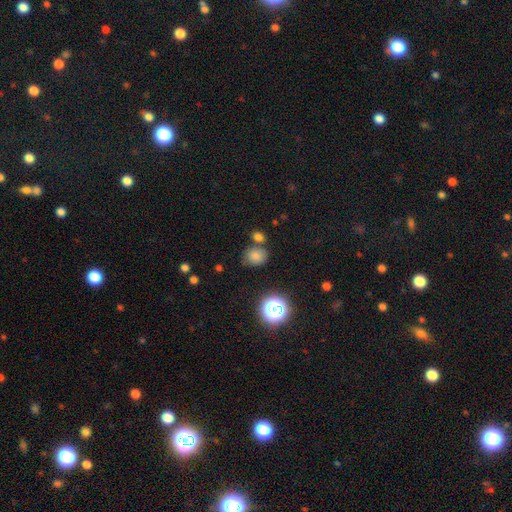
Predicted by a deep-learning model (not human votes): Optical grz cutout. It shows a smooth galaxy with no disk features (76%) that is round (60%). Merging: none (68%).